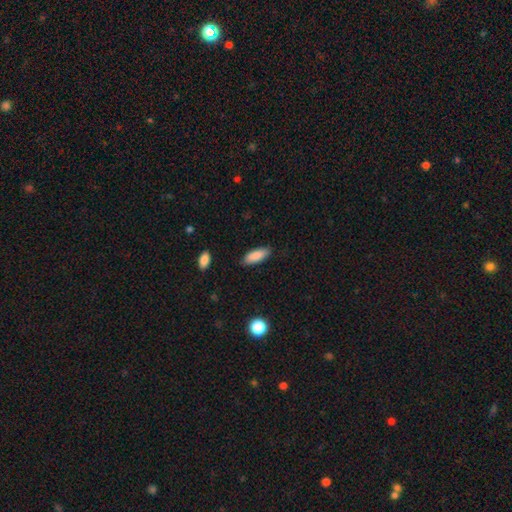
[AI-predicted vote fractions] Q: Smooth or featured?
A: smooth (87%); runner-up: featured or disk (7%)
Q: How rounded?
A: in between (71%); runner-up: cigar-shaped (27%)
Q: Merging?
A: none (84%); runner-up: minor disturbance (13%)